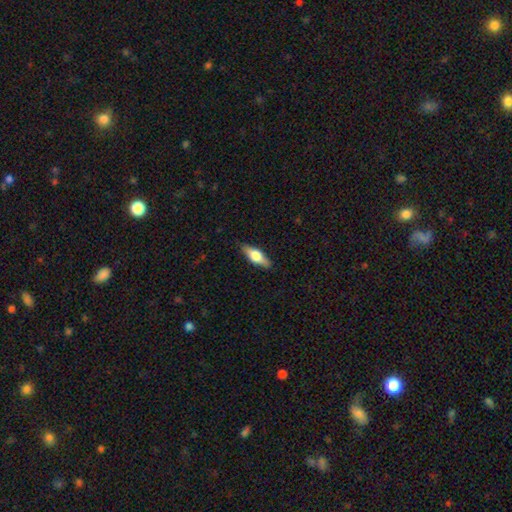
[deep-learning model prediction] Smooth or featured? smooth (53%)
How rounded? in between (58%)
Merging? none (87%)